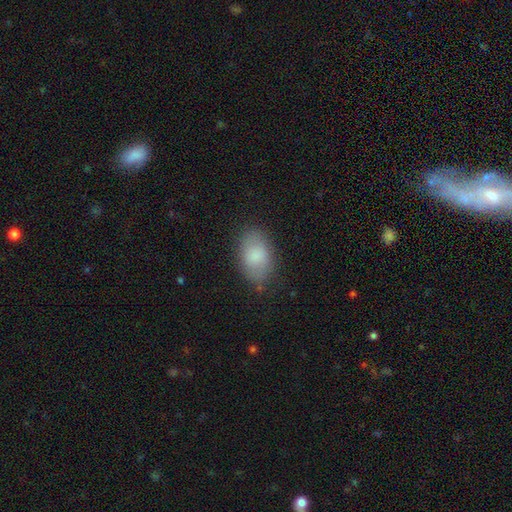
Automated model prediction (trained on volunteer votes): Smooth or featured?
  - smooth: 82% *
  - featured or disk: 11%
  - star or artifact: 7%
How rounded?
  - in between: 90% *
  - round: 8%
  - cigar-shaped: 2%
Merging?
  - none: 77% *
  - minor disturbance: 17%
  - major disturbance: 5%
  - merger: 1%